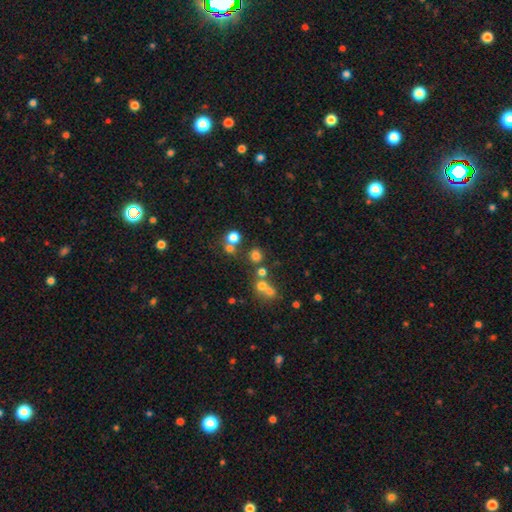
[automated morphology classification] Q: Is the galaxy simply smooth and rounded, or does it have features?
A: smooth — 70%.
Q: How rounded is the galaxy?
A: round — 88%.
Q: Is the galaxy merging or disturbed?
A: none — 69%.